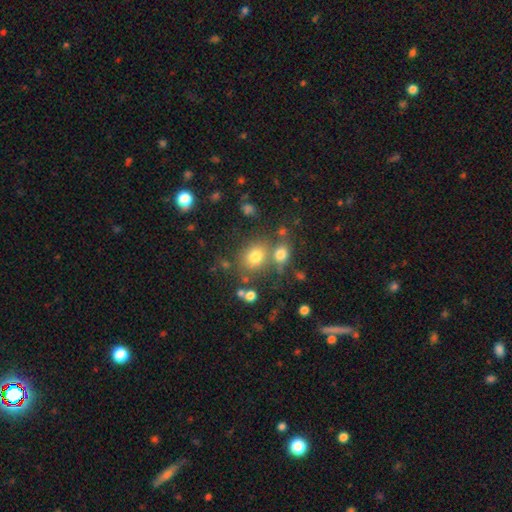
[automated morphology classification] smooth_or_featured: smooth (p=0.74) [alt: star or artifact p=0.16]
how_rounded: round (p=0.62) [alt: in between p=0.37]
merging: none (p=0.58) [alt: merger p=0.26]